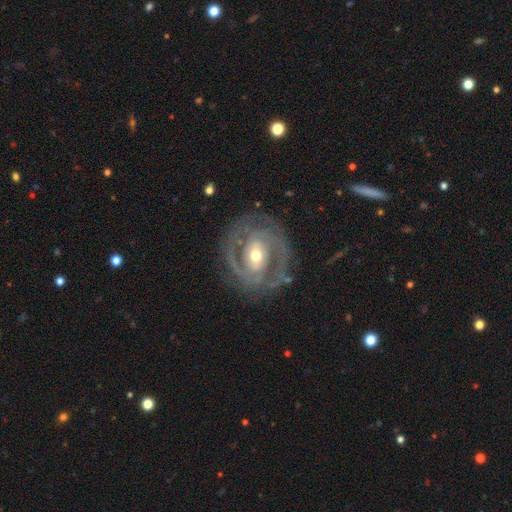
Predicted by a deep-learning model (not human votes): smooth_or_featured: featured or disk (p=0.85) [alt: smooth p=0.10]
disk_edge_on: no (p=0.96) [alt: yes p=0.04]
bar: weak (p=0.37) [alt: strong p=0.32]
has_spiral_arms: yes (p=0.85) [alt: no p=0.15]
spiral_winding: tight (p=0.60) [alt: medium p=0.32]
spiral_arm_count: 2 (p=0.64) [alt: can't tell p=0.17]
bulge_size: moderate (p=0.56) [alt: small p=0.38]
merging: none (p=0.77) [alt: minor disturbance p=0.14]